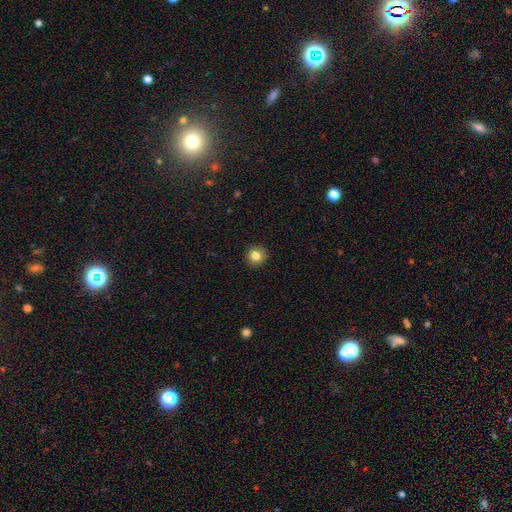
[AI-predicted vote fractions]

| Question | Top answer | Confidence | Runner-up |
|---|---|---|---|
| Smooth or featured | smooth | 84% | star or artifact (11%) |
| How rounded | round | 93% | in between (6%) |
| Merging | none | 92% | minor disturbance (5%) |